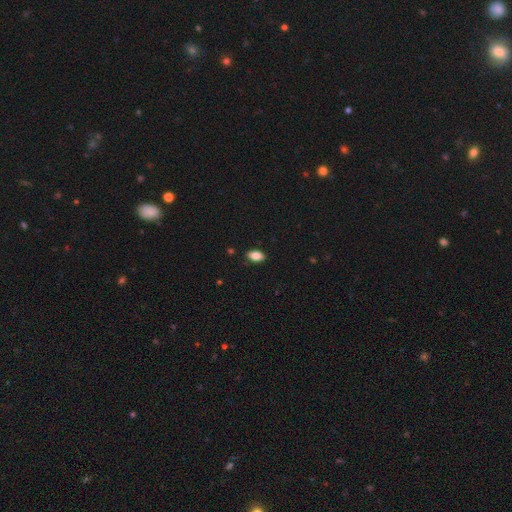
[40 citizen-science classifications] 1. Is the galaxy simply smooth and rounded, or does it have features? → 85% smooth, 12% star or artifact, 2% featured or disk.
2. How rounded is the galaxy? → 91% in between, 6% round, 3% cigar-shaped.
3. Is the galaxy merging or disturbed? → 91% none, 6% minor disturbance, 3% major disturbance, 0% merger.